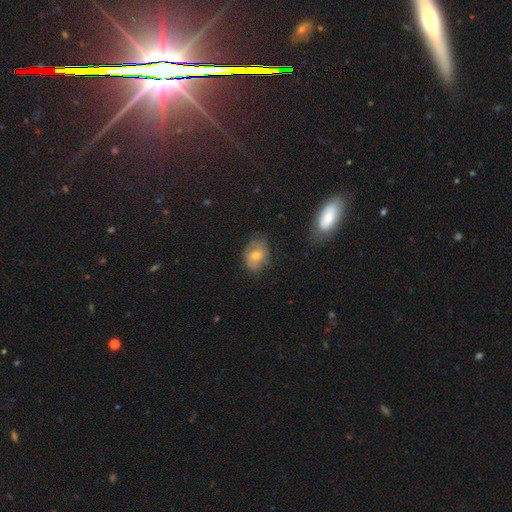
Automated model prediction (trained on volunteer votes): Smooth or featured? Predicted: smooth (p=0.46). Merging? Predicted: none (p=0.64).